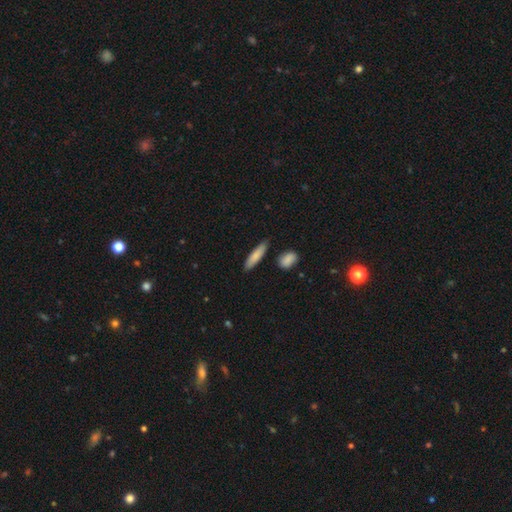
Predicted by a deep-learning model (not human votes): Smooth or featured? smooth (82%)
How rounded? cigar-shaped (71%)
Merging? none (83%)